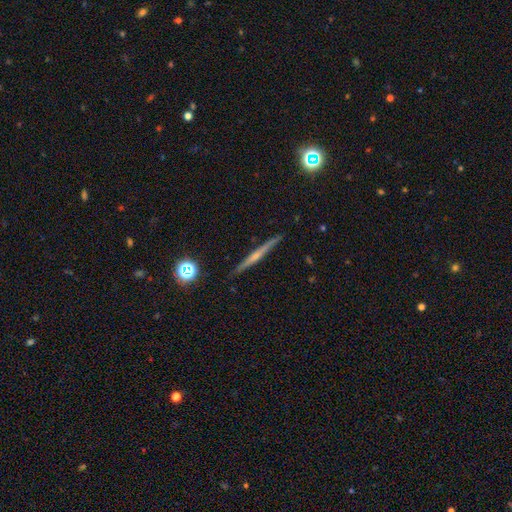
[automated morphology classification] Overall: featured or disk (62%; smooth 30%). Edge-on disk: yes (98%). Edge-on bulge: none (47%; rounded 46%). Merging: none (90%).